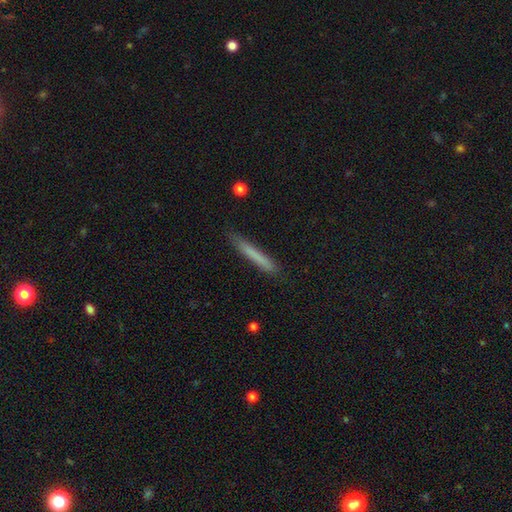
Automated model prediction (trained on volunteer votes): smooth-or-featured: smooth: 73% | featured or disk: 20% | star or artifact: 7%
  how-rounded: cigar-shaped: 96% | in between: 3% | round: 1%
  merging: none: 85% | minor disturbance: 11% | major disturbance: 2% | merger: 1%